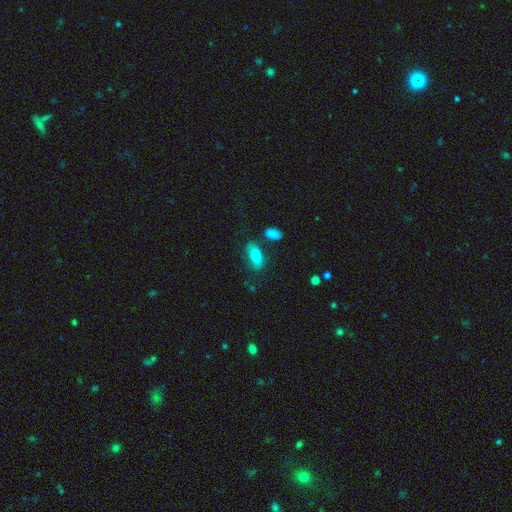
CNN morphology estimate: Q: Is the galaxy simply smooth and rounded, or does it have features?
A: smooth — 80%.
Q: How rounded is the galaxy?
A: in between — 85%.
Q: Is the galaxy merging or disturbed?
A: none — 67%.